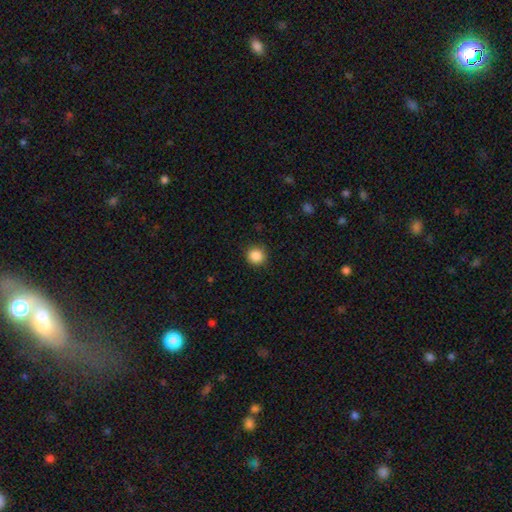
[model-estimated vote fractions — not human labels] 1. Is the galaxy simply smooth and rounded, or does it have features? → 88% smooth, 9% star or artifact, 3% featured or disk.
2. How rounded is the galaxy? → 91% round, 8% in between, 1% cigar-shaped.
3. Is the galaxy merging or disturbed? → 91% none, 6% minor disturbance, 2% major disturbance, 1% merger.